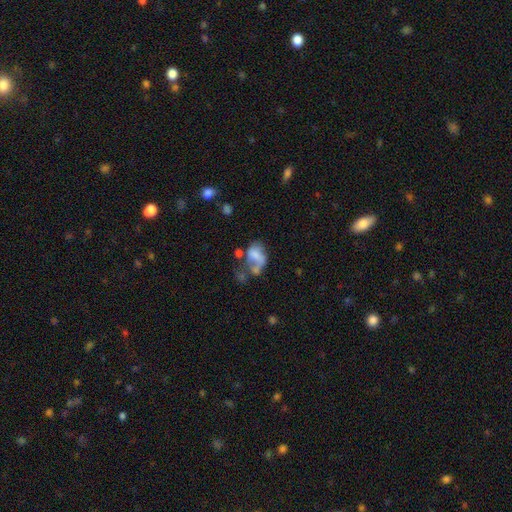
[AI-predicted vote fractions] Smooth or featured?
  - smooth: 52% *
  - featured or disk: 36%
  - star or artifact: 12%
How rounded?
  - in between: 80% *
  - round: 18%
  - cigar-shaped: 2%
Merging?
  - major disturbance: 35% *
  - merger: 32%
  - none: 17%
  - minor disturbance: 16%